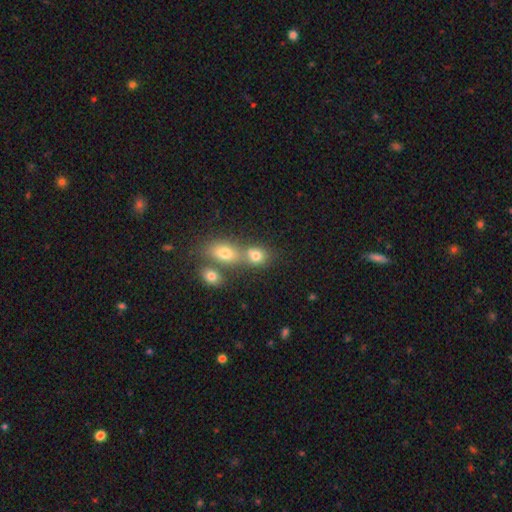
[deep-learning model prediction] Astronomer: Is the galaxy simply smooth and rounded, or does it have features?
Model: smooth — 76%.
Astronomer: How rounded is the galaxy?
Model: round — 53% (runner-up: in between, 44%).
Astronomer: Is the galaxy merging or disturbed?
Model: merger — 47% (runner-up: none, 40%).